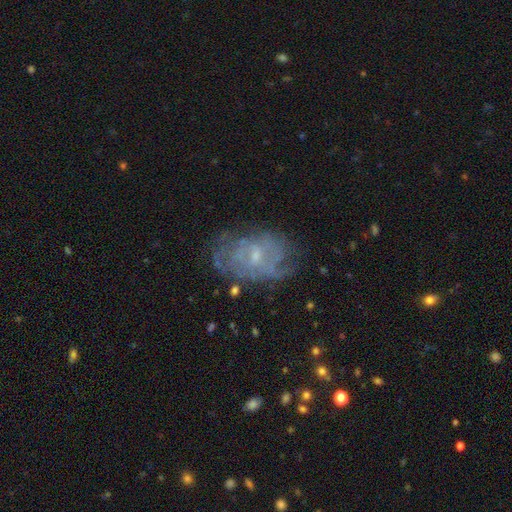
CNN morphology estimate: Smooth or featured?
  - featured or disk: 71% *
  - smooth: 19%
  - star or artifact: 10%
Edge-on disk?
  - no: 96% *
  - yes: 4%
Bar?
  - no: 52% *
  - weak: 42%
  - strong: 7%
Spiral arms?
  - yes: 75% *
  - no: 25%
Spiral winding?
  - tight: 50% *
  - medium: 34%
  - loose: 16%
Spiral arm count?
  - can't tell: 58% *
  - 2: 16%
  - 3: 10%
  - 4: 7%
  - more than 4: 5%
  - 1: 5%
Bulge size?
  - small: 64% *
  - moderate: 27%
  - none: 7%
  - large: 1%
  - dominant: 1%
Merging?
  - none: 63% *
  - minor disturbance: 22%
  - major disturbance: 13%
  - merger: 2%